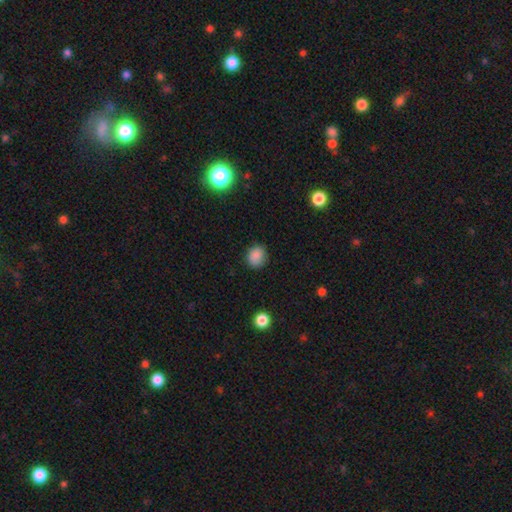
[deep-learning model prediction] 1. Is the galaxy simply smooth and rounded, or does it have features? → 86% smooth, 11% star or artifact, 4% featured or disk.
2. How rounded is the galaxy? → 72% round, 28% in between, 1% cigar-shaped.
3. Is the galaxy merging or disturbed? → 83% none, 13% minor disturbance, 3% major disturbance, 1% merger.